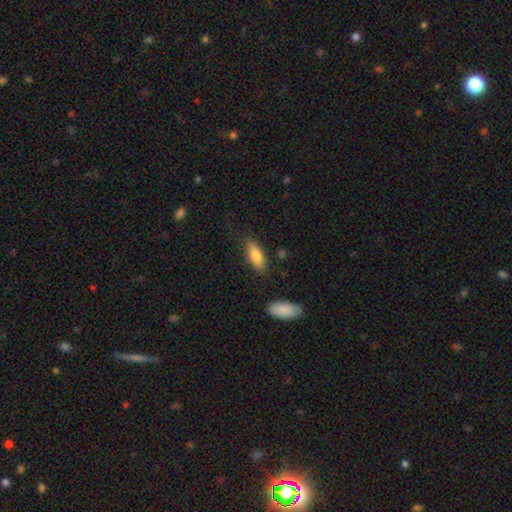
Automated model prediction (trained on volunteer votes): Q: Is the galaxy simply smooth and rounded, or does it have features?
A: smooth — 75%.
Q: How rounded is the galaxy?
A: in between — 72%.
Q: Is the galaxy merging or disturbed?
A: none — 79%.